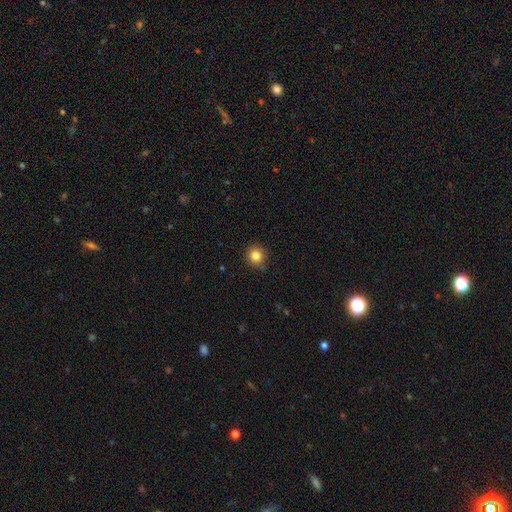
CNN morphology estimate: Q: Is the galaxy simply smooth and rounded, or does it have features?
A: smooth — 84%.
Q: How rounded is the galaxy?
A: round — 88%.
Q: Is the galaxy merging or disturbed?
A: none — 84%.